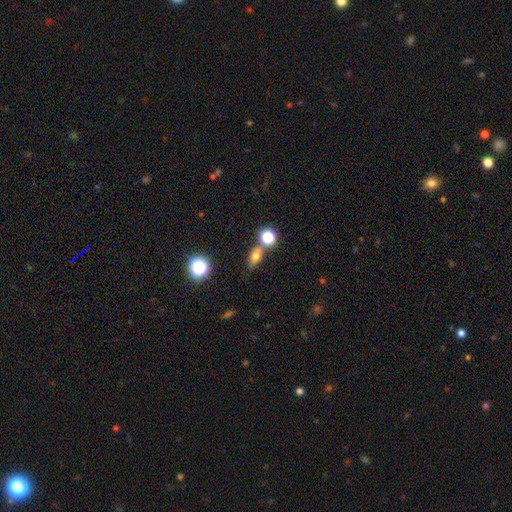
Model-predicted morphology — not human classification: The model was most divided on "how rounded": in between: 66%, round: 25%, cigar-shaped: 9%. More confident: smooth or featured — smooth (69%); merging — none (63%).